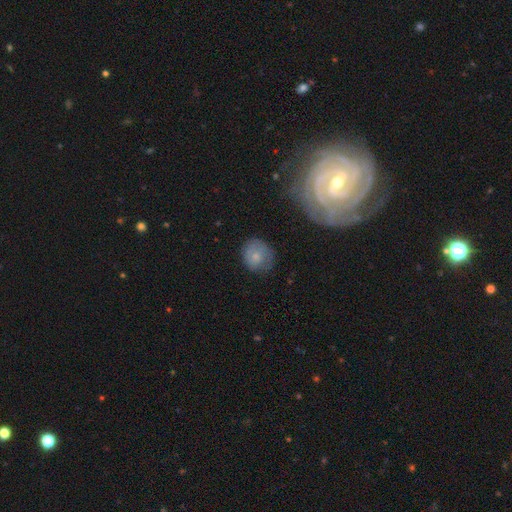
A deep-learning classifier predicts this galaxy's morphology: type=smooth (76%); roundness=round (82%); merging=none (69%).